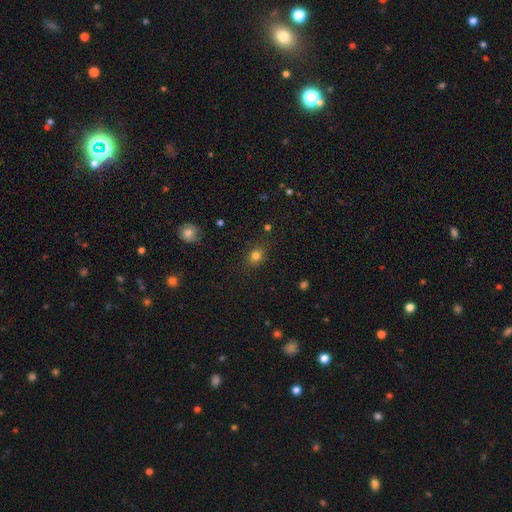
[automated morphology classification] This appears to be a smooth galaxy with no disk features (79%) that is round (61%). Merging: none (84%).